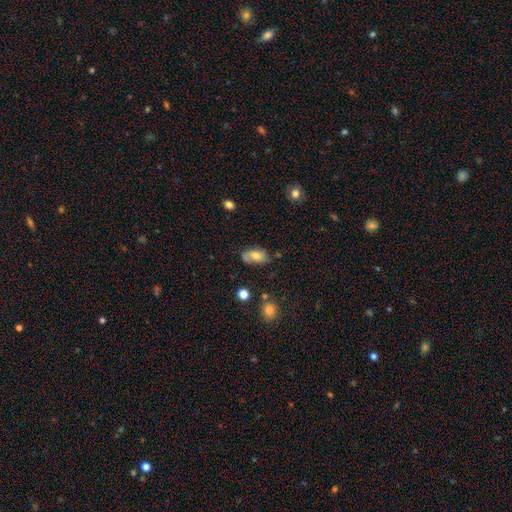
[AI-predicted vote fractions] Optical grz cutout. It shows a smooth galaxy with no disk features (57%) that is in between round and cigar-shaped (90%). Merging: none (61%).